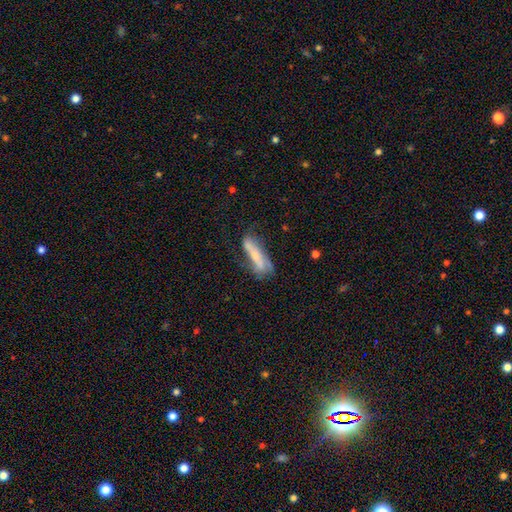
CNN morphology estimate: Q: Smooth or featured?
A: smooth (48%); runner-up: featured or disk (44%)
Q: Merging?
A: none (49%); runner-up: minor disturbance (28%)